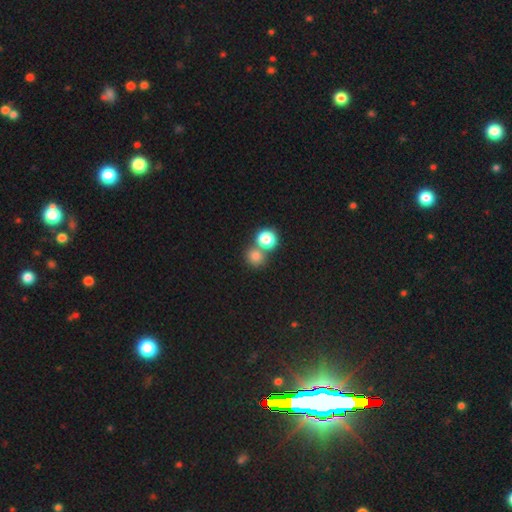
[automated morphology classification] Q: Smooth or featured?
A: smooth (77%); runner-up: star or artifact (16%)
Q: How rounded?
A: round (86%); runner-up: in between (13%)
Q: Merging?
A: none (55%); runner-up: merger (35%)